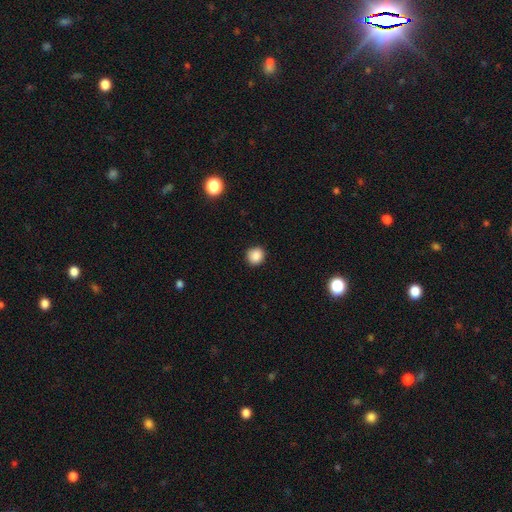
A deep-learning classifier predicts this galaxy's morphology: A smooth galaxy with no disk features (88%) that is round (91%). Merging: none (91%).